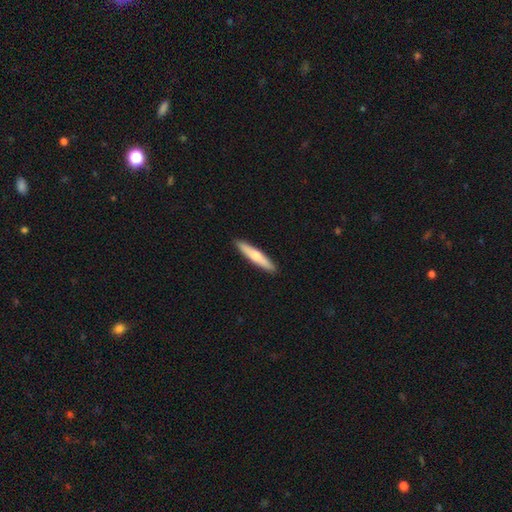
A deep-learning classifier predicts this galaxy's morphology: smooth-or-featured: smooth: 61% | featured or disk: 34% | star or artifact: 5%
  how-rounded: cigar-shaped: 91% | in between: 8% | round: 1%
  merging: none: 92% | minor disturbance: 6% | major disturbance: 1% | merger: 1%